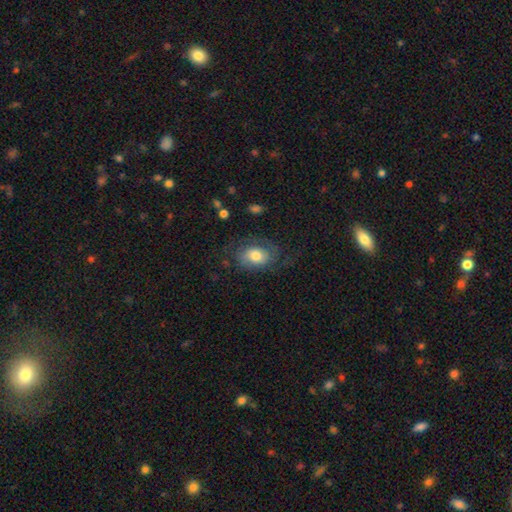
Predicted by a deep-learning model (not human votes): This appears to be a featured or disk galaxy (48%). Merging: none (57%).